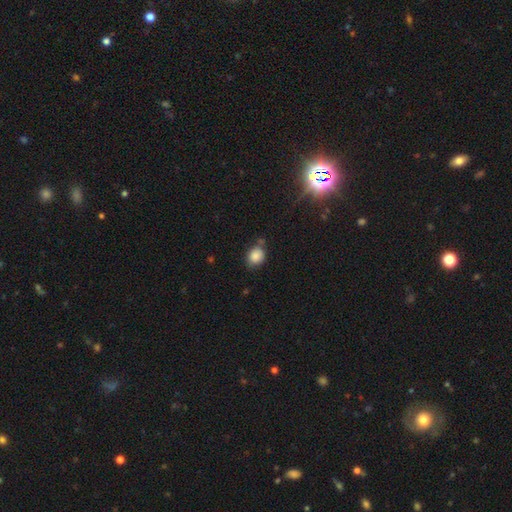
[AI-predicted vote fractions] smooth_or_featured: smooth (p=0.85) [alt: star or artifact p=0.10]
how_rounded: round (p=0.60) [alt: in between p=0.39]
merging: none (p=0.67) [alt: minor disturbance p=0.21]